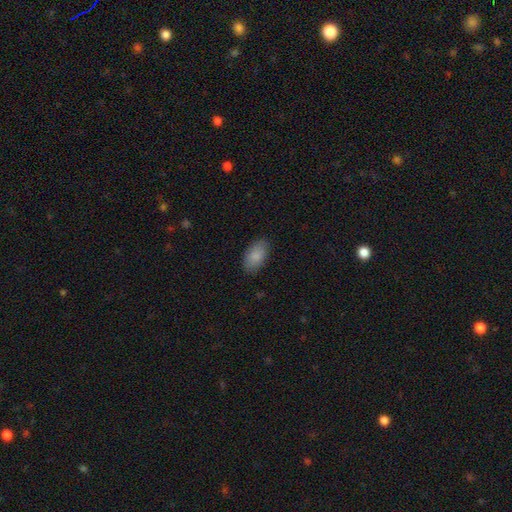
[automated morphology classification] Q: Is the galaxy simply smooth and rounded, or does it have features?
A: smooth — 87%.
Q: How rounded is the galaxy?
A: in between — 94%.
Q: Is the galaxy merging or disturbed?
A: none — 84%.